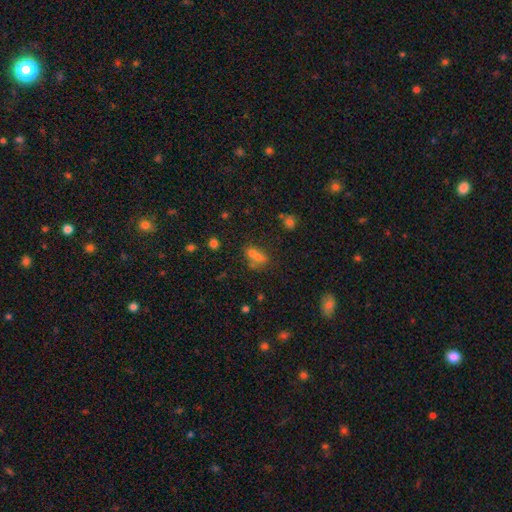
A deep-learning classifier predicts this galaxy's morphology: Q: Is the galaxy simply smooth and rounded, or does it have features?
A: smooth — 62%.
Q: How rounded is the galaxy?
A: in between — 64%.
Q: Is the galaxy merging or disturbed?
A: merger — 47%.